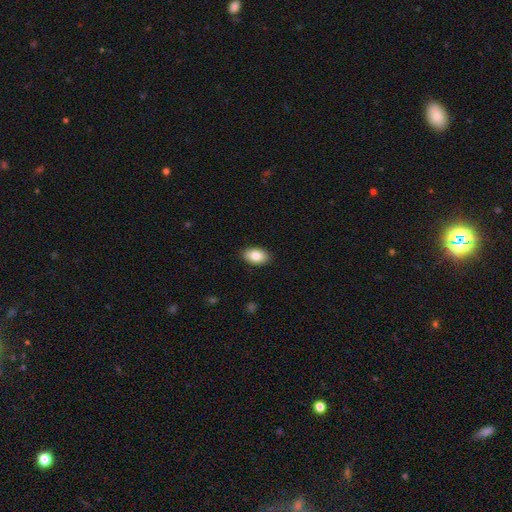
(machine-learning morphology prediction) The model was most divided on "smooth or featured": smooth: 86%, star or artifact: 7%, featured or disk: 7%. More confident: how rounded — in between (91%); merging — none (89%).